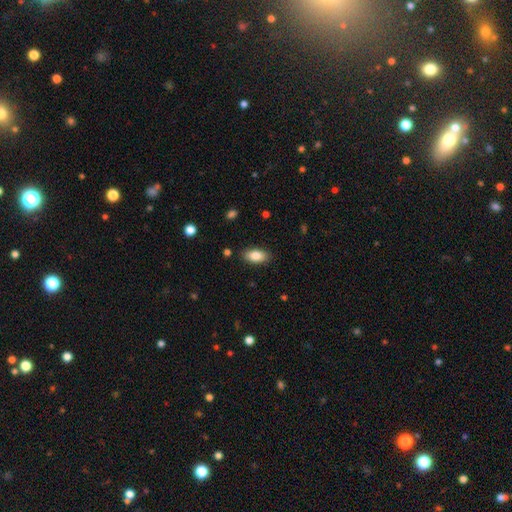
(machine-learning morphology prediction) Smooth or featured? Predicted: smooth (p=0.85). How rounded? Predicted: in between (p=0.91). Merging? Predicted: none (p=0.87).